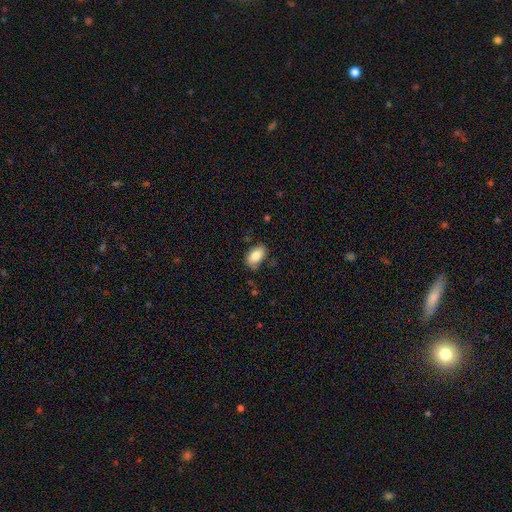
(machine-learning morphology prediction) This is clearly a smooth galaxy (81%). How rounded: clearly in between (92%). Merging: likely none (76%).